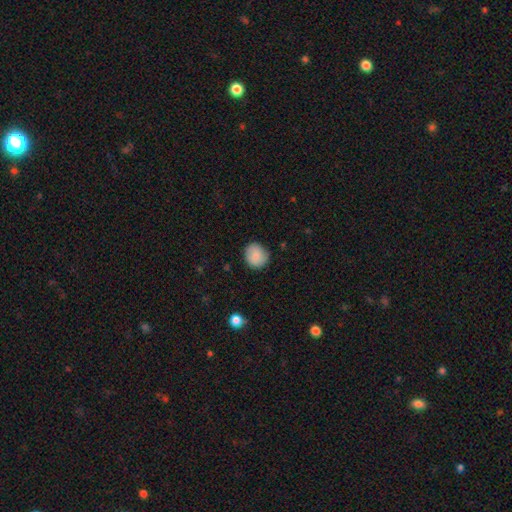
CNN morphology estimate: The model was most divided on "how rounded": round: 81%, in between: 18%, cigar-shaped: 1%. More confident: smooth or featured — smooth (84%); merging — none (83%).